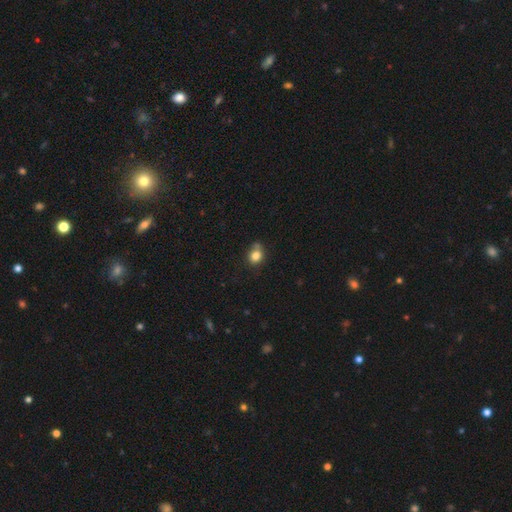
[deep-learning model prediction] Smooth or featured?
  - smooth: 82% *
  - star or artifact: 11%
  - featured or disk: 7%
How rounded?
  - round: 66% *
  - in between: 33%
  - cigar-shaped: 1%
Merging?
  - none: 61% *
  - minor disturbance: 22%
  - merger: 11%
  - major disturbance: 6%